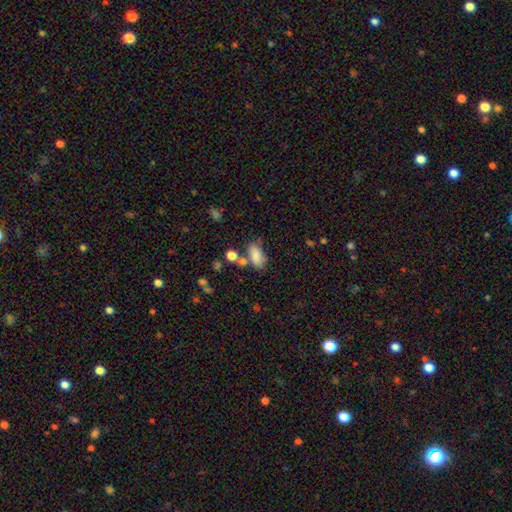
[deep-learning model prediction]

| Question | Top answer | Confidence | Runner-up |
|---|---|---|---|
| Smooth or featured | smooth | 81% | featured or disk (10%) |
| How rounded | in between | 89% | round (6%) |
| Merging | none | 49% | merger (23%) |